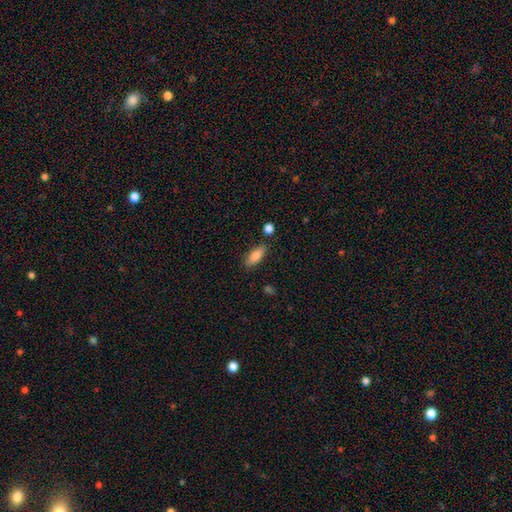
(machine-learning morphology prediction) Overall: smooth (81%). How rounded: in between (70%). Merging: none (82%).